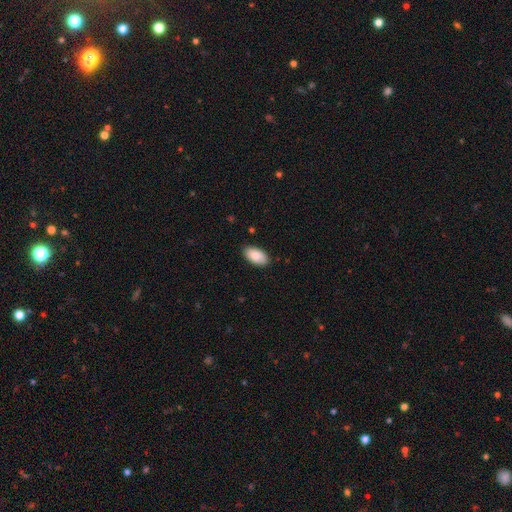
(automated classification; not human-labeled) Morphology: type=smooth (87%); roundness=in between (95%); merging=none (85%).